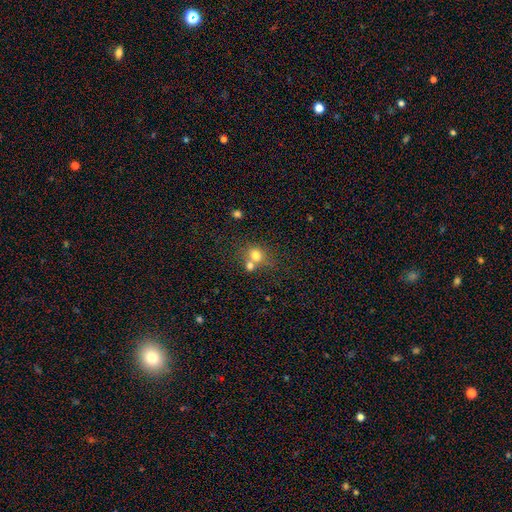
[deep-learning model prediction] This appears to be a smooth galaxy with no disk features (74%) that is round (72%). Merging: none (44%).